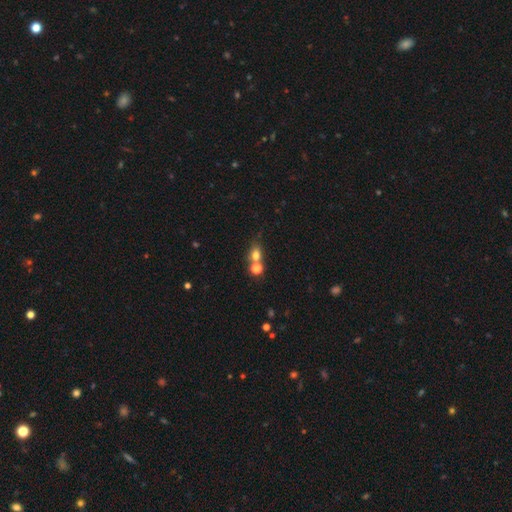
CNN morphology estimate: Smooth or featured?
  - smooth: 72% *
  - star or artifact: 15%
  - featured or disk: 12%
How rounded?
  - round: 50% *
  - in between: 47%
  - cigar-shaped: 3%
Merging?
  - none: 44% *
  - merger: 41%
  - minor disturbance: 10%
  - major disturbance: 5%